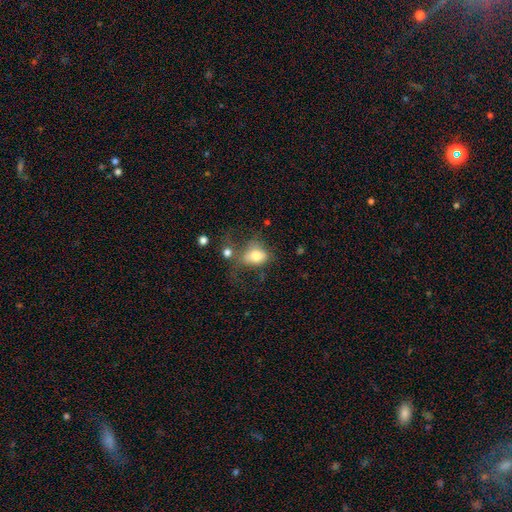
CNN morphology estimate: Q: Smooth or featured?
A: smooth (74%); runner-up: featured or disk (17%)
Q: How rounded?
A: in between (63%); runner-up: round (35%)
Q: Merging?
A: major disturbance (32%); runner-up: none (28%)